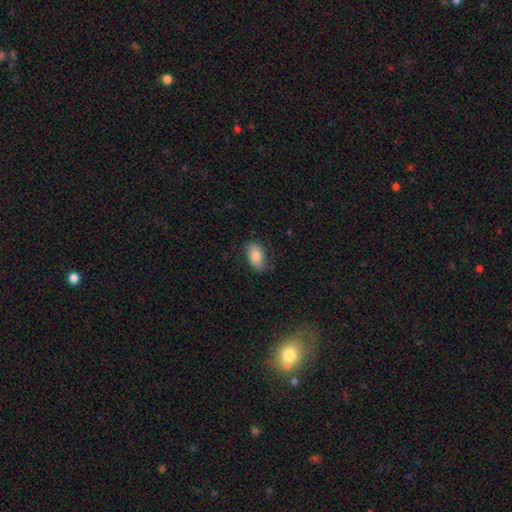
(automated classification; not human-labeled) Smooth or featured? Predicted: smooth (p=0.79). How rounded? Predicted: in between (p=0.92). Merging? Predicted: none (p=0.76).